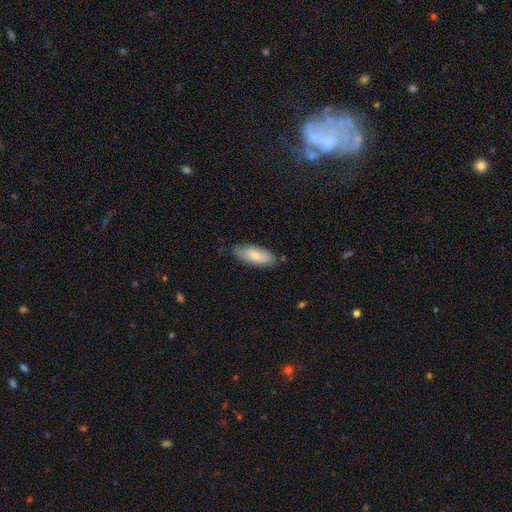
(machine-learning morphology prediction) Smooth or featured: smooth — 77% (featured or disk — 17%)
How rounded: in between — 74% (cigar-shaped — 24%)
Merging: none — 78% (minor disturbance — 17%)